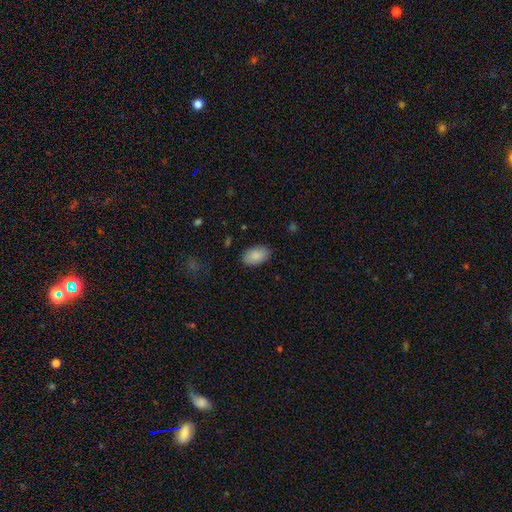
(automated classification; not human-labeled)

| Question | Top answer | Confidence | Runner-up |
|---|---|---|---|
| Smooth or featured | smooth | 88% | star or artifact (6%) |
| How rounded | in between | 94% | round (5%) |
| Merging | none | 84% | minor disturbance (13%) |